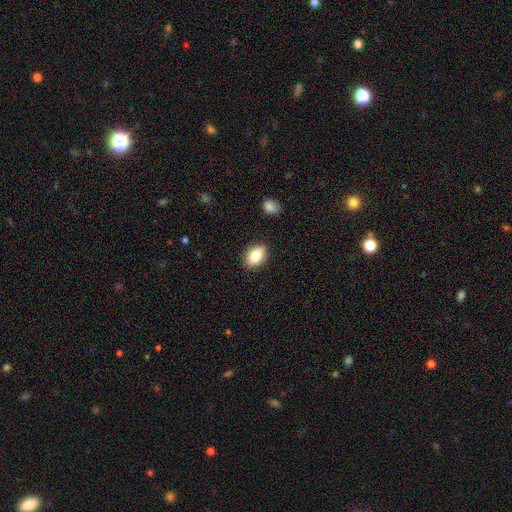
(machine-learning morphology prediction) Smooth or featured?
  - smooth: 72% *
  - featured or disk: 19%
  - star or artifact: 8%
How rounded?
  - in between: 80% *
  - round: 15%
  - cigar-shaped: 5%
Merging?
  - none: 84% *
  - minor disturbance: 12%
  - major disturbance: 3%
  - merger: 2%